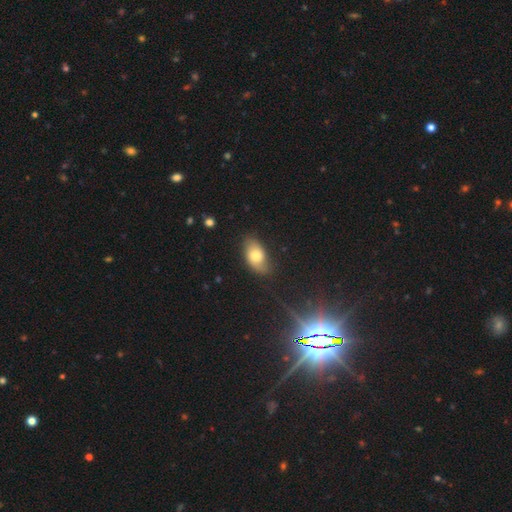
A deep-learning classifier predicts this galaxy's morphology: type=smooth (71%); roundness=in between (91%); merging=none (73%).